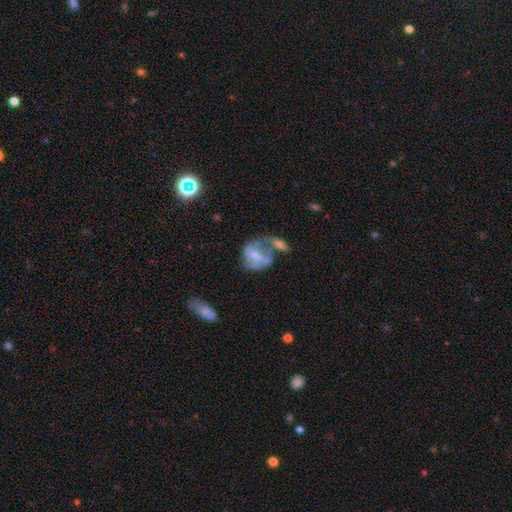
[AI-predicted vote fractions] A featured or disk galaxy (60%) with no bar (45%), spiral arms (57%) and a small central bulge (36%). Merging: major disturbance (28%).